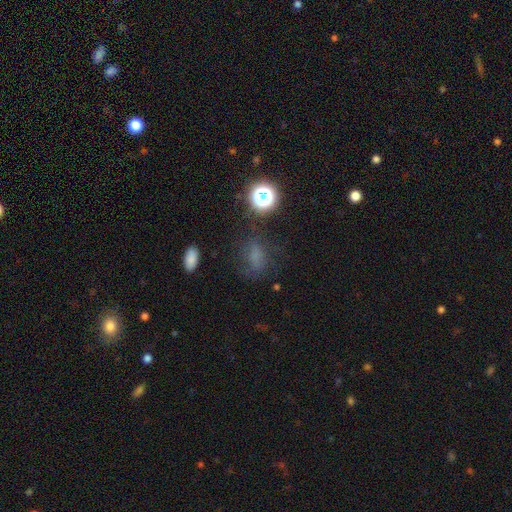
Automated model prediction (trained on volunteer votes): A smooth galaxy with no disk features (58%) that is in between round and cigar-shaped (62%). Merging: none (61%).